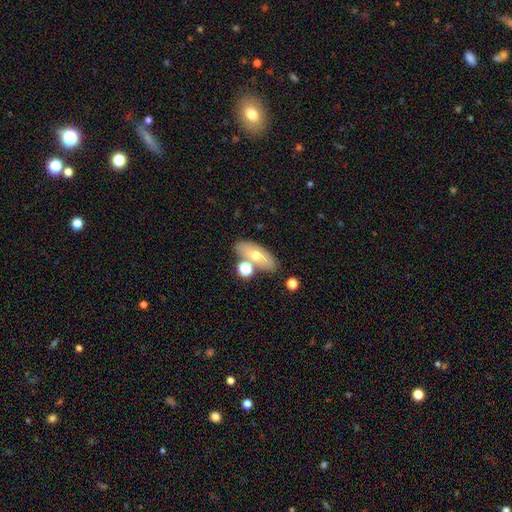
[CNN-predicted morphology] Smooth or featured? smooth (62%)
How rounded? in between (77%)
Merging? none (68%)